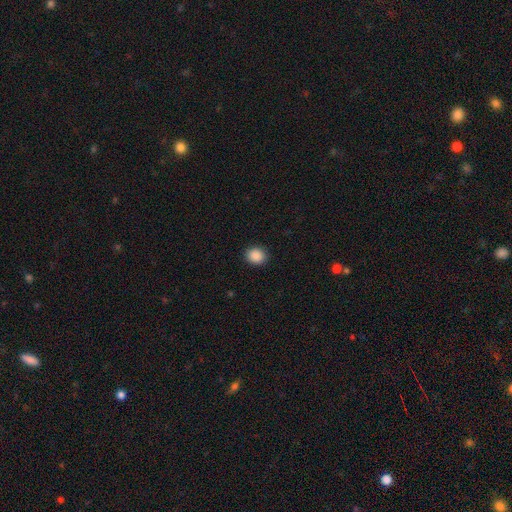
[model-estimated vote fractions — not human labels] Overall: smooth (89%). How rounded: round (71%). Merging: none (91%).